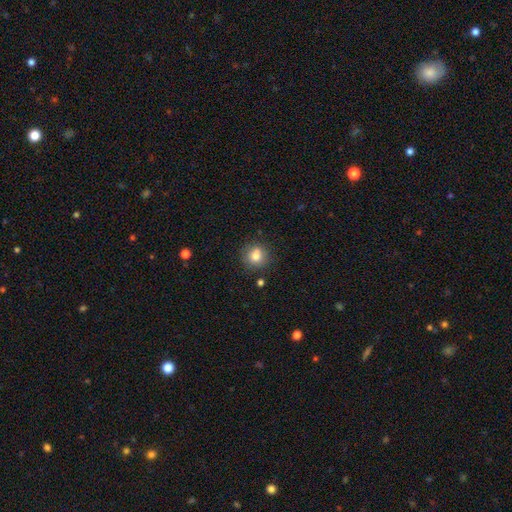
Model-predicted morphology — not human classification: Q: Smooth or featured?
A: smooth (77%); runner-up: featured or disk (12%)
Q: How rounded?
A: round (86%); runner-up: in between (13%)
Q: Merging?
A: none (70%); runner-up: minor disturbance (14%)